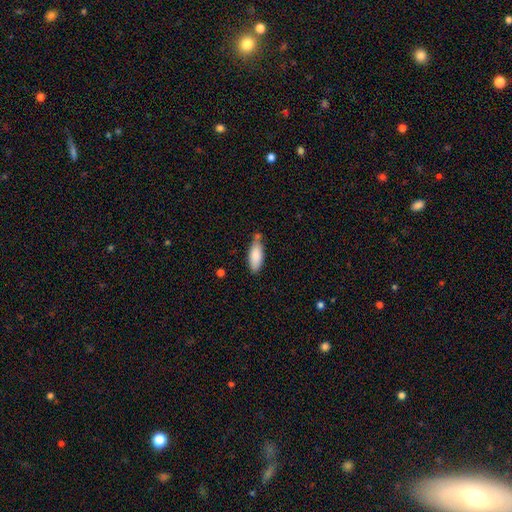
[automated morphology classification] type=smooth (84%); roundness=in between (73%); merging=none (61%).